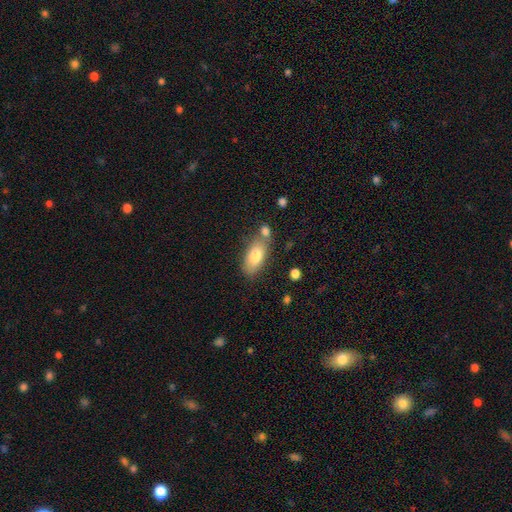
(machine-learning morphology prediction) Smooth or featured? smooth (78%)
How rounded? in between (87%)
Merging? none (63%)